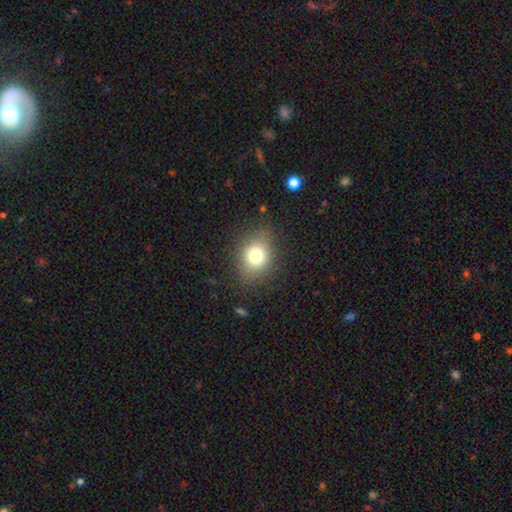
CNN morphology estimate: This is likely a smooth galaxy (76%). How rounded: possibly round (56%). Merging: clearly none (81%).